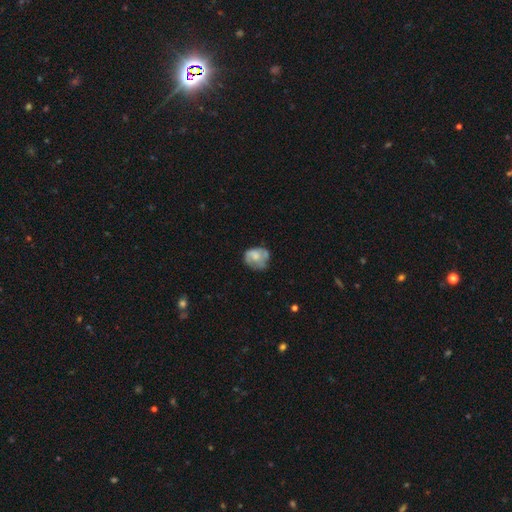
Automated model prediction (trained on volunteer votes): smooth-or-featured: smooth: 51% | featured or disk: 40% | star or artifact: 8%
  how-rounded: round: 61% | in between: 38% | cigar-shaped: 1%
  merging: none: 48% | minor disturbance: 29% | major disturbance: 18% | merger: 5%